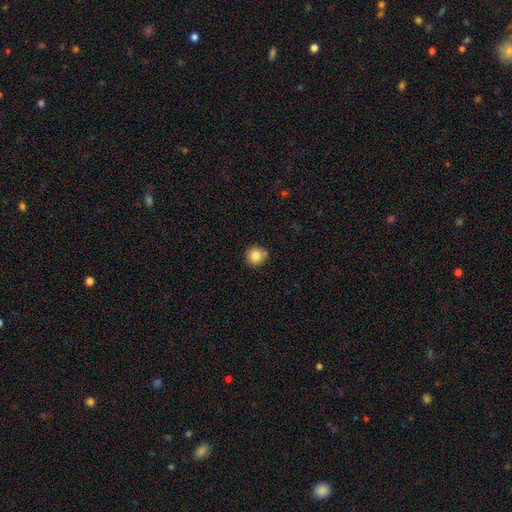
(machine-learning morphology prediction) Smooth or featured?
  - smooth: 83% *
  - star or artifact: 10%
  - featured or disk: 7%
How rounded?
  - round: 94% *
  - in between: 5%
  - cigar-shaped: 1%
Merging?
  - none: 81% *
  - minor disturbance: 10%
  - merger: 7%
  - major disturbance: 2%